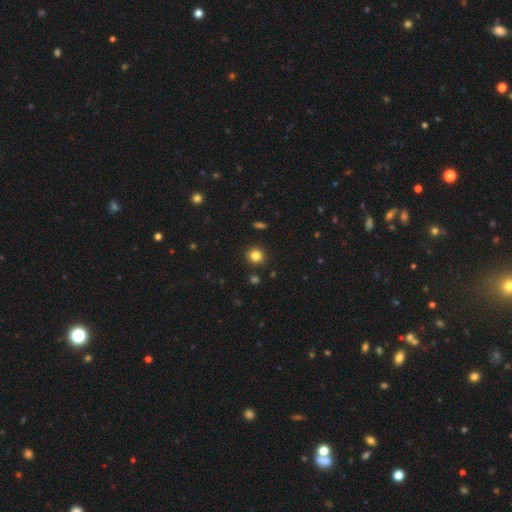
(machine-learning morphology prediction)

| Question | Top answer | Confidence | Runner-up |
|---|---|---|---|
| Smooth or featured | smooth | 82% | star or artifact (12%) |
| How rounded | round | 83% | in between (16%) |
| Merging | none | 89% | minor disturbance (7%) |